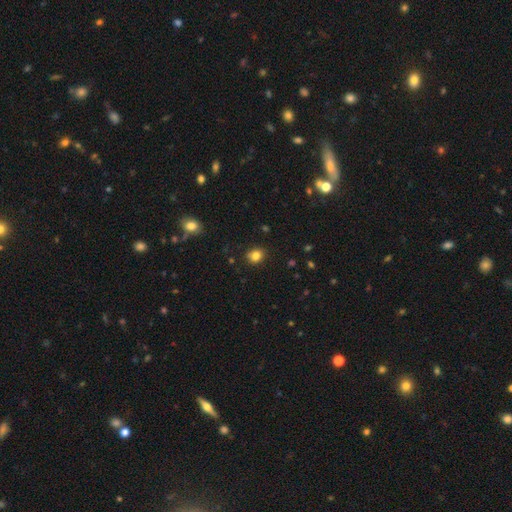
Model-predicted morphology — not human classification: type=smooth (83%); roundness=round (67%); merging=none (85%).